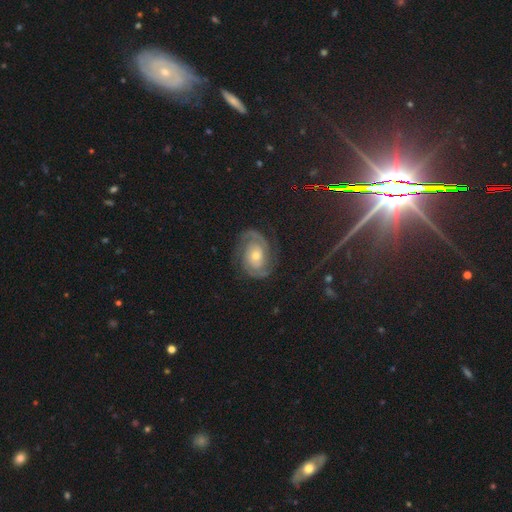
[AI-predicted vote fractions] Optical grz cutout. It shows a featured or disk galaxy (85%) with no bar (73%), 2 (81%) tight (60%) spiral arms (97%) and a moderate central bulge (52%). Merging: none (80%).